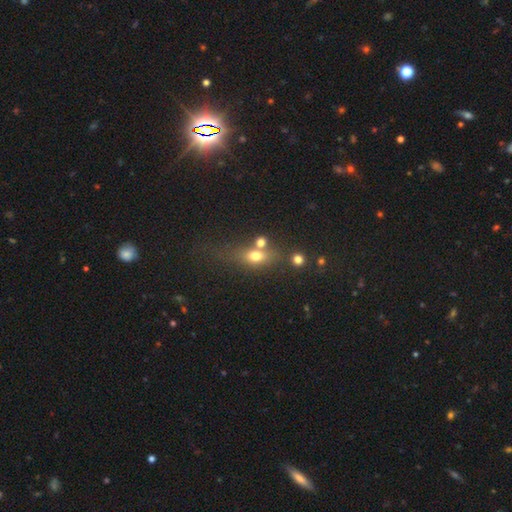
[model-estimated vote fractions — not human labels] Smooth or featured? smooth (66%)
How rounded? in between (59%)
Merging? none (48%)